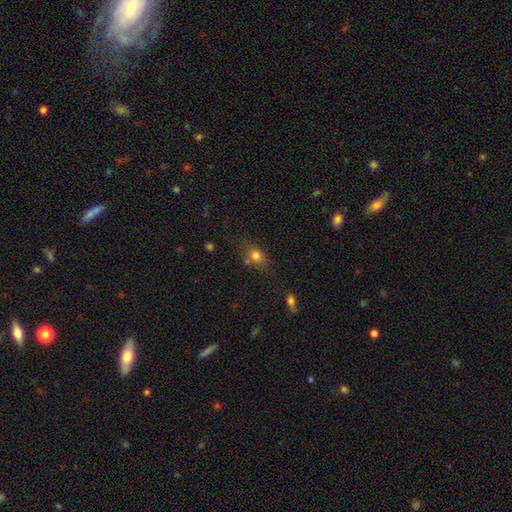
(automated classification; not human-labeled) Smooth or featured: smooth — 78% (star or artifact — 13%)
How rounded: in between — 59% (round — 38%)
Merging: none — 62% (minor disturbance — 21%)